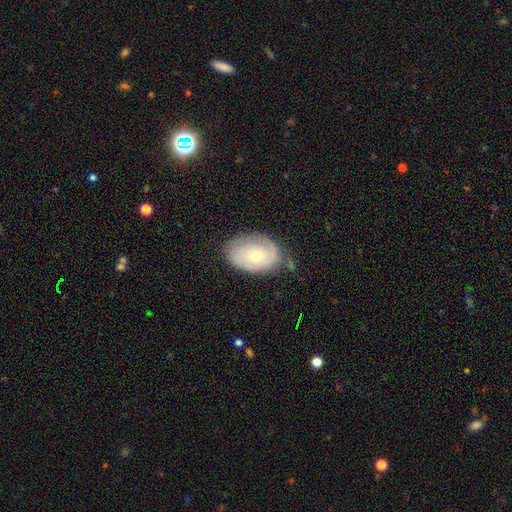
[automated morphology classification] featured or disk 58%, smooth 36%, star or artifact 7%. Down the decision tree: edge-on disk — no (95%); bar — no (73%); spiral arms — yes (75%); bulge size — small (52%); merging — none (68%).